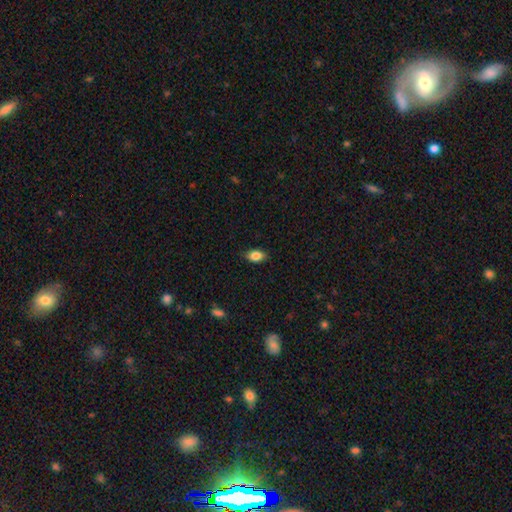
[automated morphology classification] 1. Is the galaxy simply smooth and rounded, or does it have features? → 87% smooth, 8% star or artifact, 5% featured or disk.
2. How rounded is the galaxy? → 87% in between, 10% round, 2% cigar-shaped.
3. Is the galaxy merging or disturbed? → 85% none, 12% minor disturbance, 2% major disturbance, 1% merger.